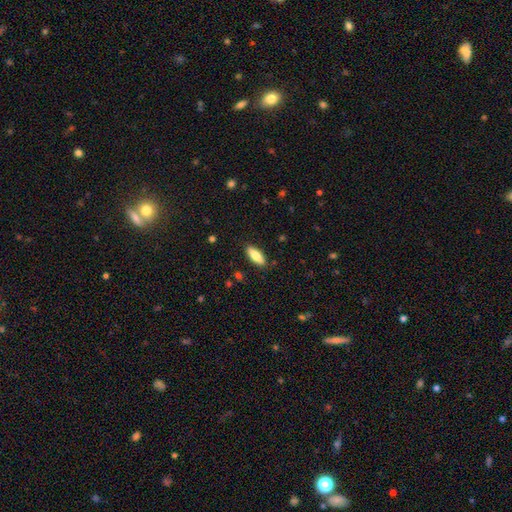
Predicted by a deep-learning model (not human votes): The model was most divided on "how rounded": in between: 66%, cigar-shaped: 32%, round: 2%. More confident: merging — none (88%); smooth or featured — smooth (81%).